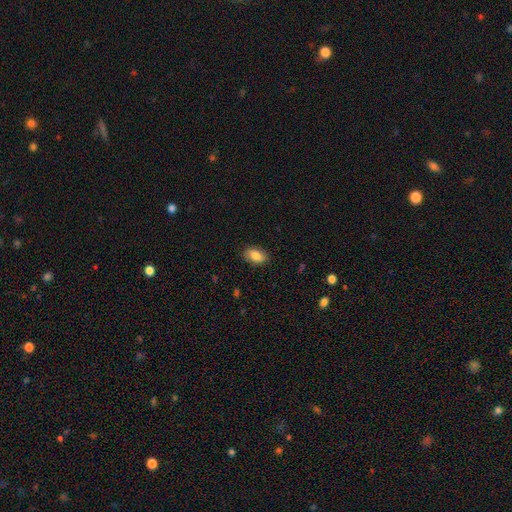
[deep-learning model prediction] The model was most divided on "merging": none: 87%, minor disturbance: 10%, major disturbance: 2%, merger: 1%. More confident: how rounded — in between (90%); smooth or featured — smooth (85%).